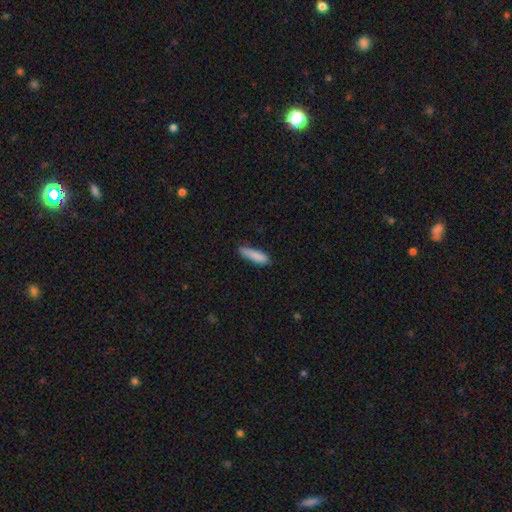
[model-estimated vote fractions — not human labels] Smooth or featured? smooth (87%)
How rounded? cigar-shaped (71%)
Merging? none (73%)